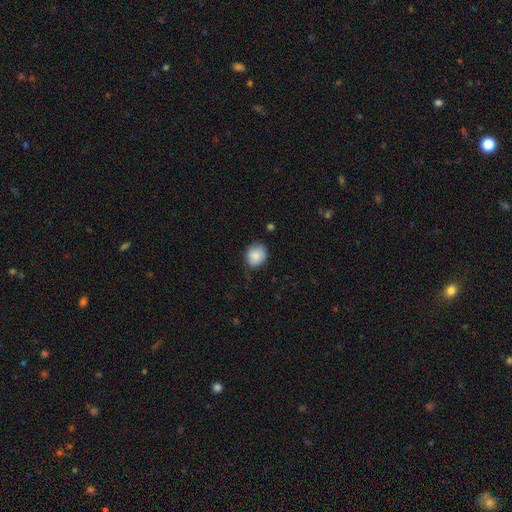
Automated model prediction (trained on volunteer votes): Smooth or featured?
  - smooth: 85% *
  - star or artifact: 8%
  - featured or disk: 7%
How rounded?
  - round: 69% *
  - in between: 30%
  - cigar-shaped: 1%
Merging?
  - none: 71% *
  - minor disturbance: 23%
  - major disturbance: 4%
  - merger: 1%